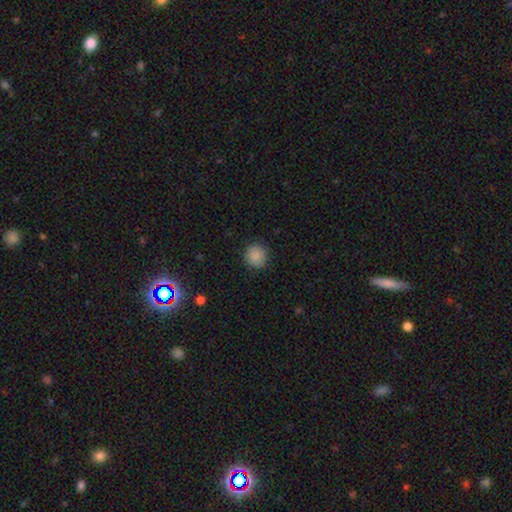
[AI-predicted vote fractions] Q: Smooth or featured?
A: smooth (88%); runner-up: star or artifact (8%)
Q: How rounded?
A: round (91%); runner-up: in between (8%)
Q: Merging?
A: none (89%); runner-up: minor disturbance (8%)